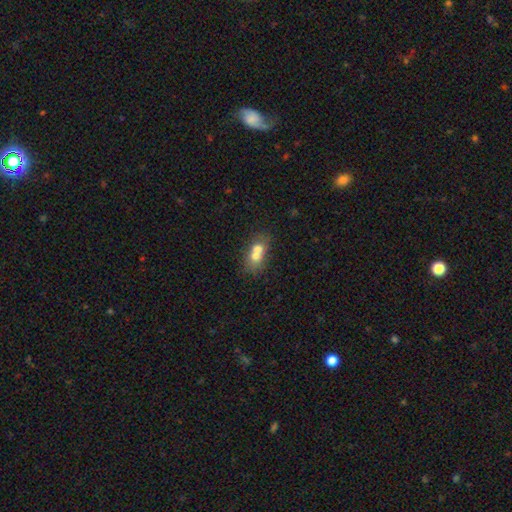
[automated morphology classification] Smooth or featured: smooth — 63% (featured or disk — 26%)
How rounded: in between — 55% (round — 41%)
Merging: merger — 63% (none — 26%)